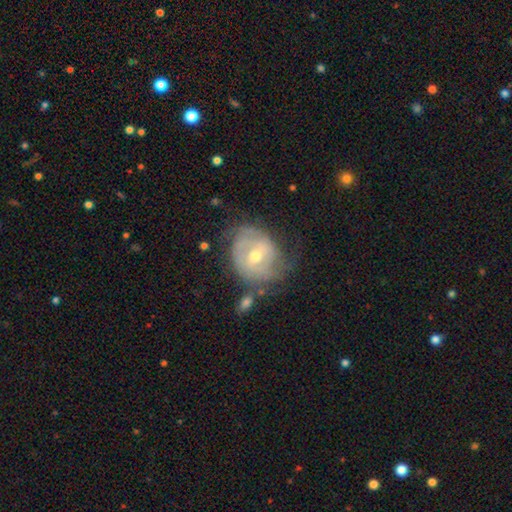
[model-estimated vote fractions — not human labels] A featured or disk galaxy (74%) with a weak bar (51%), tight (58%) spiral arms (82%) and a moderate central bulge (59%).

Vote fractions:
- Smooth or featured? featured or disk: 74% / smooth: 20% / star or artifact: 7%
- Edge-on disk? no: 96% / yes: 4%
- Bar? weak: 51% / no: 33% / strong: 16%
- Spiral arms? yes: 82% / no: 18%
- Spiral winding? tight: 58% / medium: 30% / loose: 12%
- Spiral arm count? can't tell: 40% / 2: 36% / 3: 11% / 1: 6% / 4: 4% / more than 4: 3%
- Bulge size? moderate: 59% / small: 38% / large: 2% / none: 1% / dominant: 1%
- Merging? none: 53% / minor disturbance: 27% / major disturbance: 14% / merger: 6%